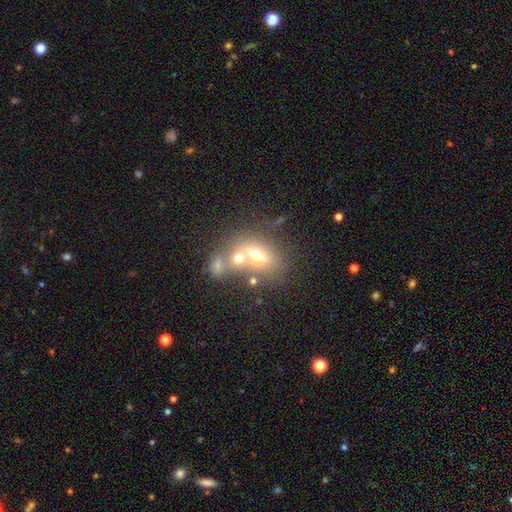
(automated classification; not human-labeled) Smooth or featured: smooth — 55% (featured or disk — 31%)
How rounded: in between — 66% (round — 30%)
Merging: merger — 49% (none — 34%)